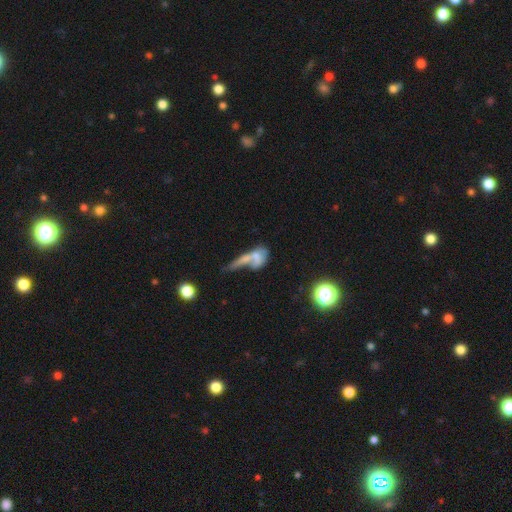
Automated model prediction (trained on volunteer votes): This appears to be a smooth galaxy with no disk features (55%) that is in between round and cigar-shaped (63%). Merging: merger (54%).